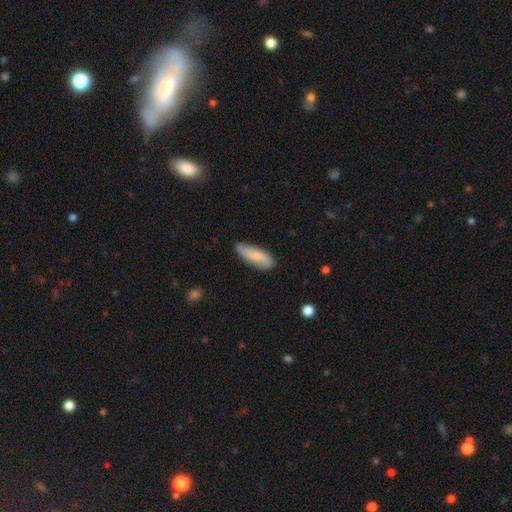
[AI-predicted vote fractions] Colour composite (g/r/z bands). It shows a smooth galaxy with no disk features (61%) that is in between round and cigar-shaped (65%). Merging: none (73%).